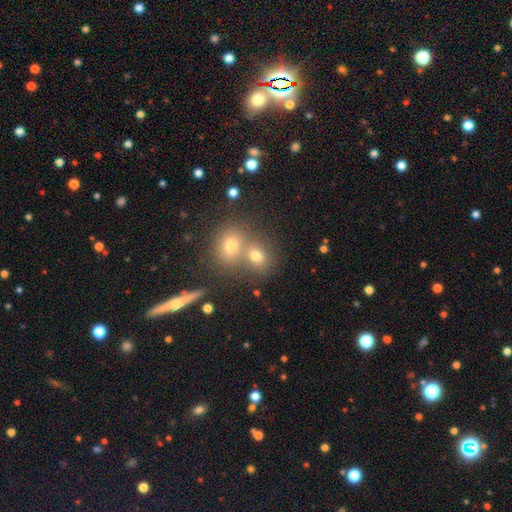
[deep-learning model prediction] Smooth or featured: smooth — 71% (star or artifact — 16%)
How rounded: round — 61% (in between — 37%)
Merging: merger — 47% (none — 42%)